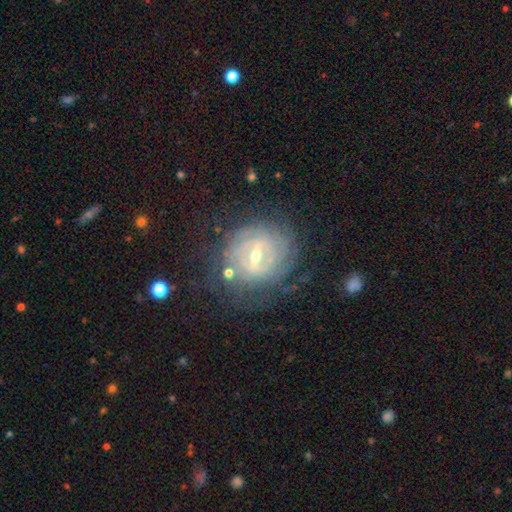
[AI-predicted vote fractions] Smooth or featured: featured or disk — 84% (smooth — 10%)
Edge-on disk: no — 94% (yes — 6%)
Bar: strong — 47% (weak — 43%)
Spiral arms: yes — 87% (no — 13%)
Spiral winding: tight — 74% (medium — 20%)
Spiral arm count: can't tell — 50% (2 — 16%)
Bulge size: small — 52% (moderate — 44%)
Merging: none — 70% (minor disturbance — 18%)